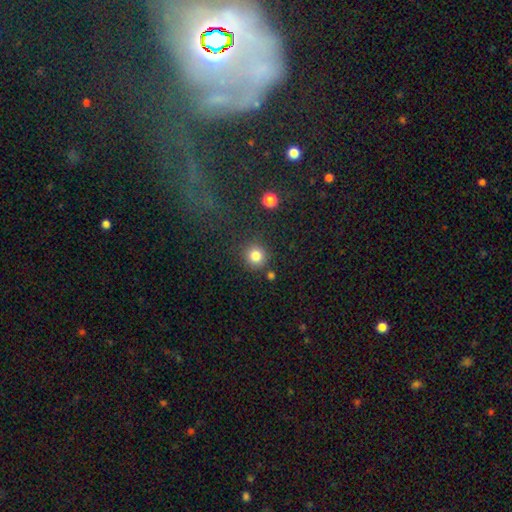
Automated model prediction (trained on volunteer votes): This appears to be a smooth galaxy with no disk features (83%) that is round (93%). Merging: none (84%).